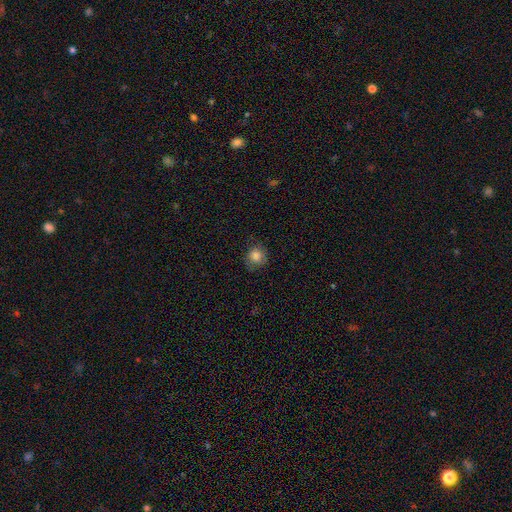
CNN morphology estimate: smooth 81%, star or artifact 10%, featured or disk 9%. Down the decision tree: how rounded — round (82%); merging — none (72%).